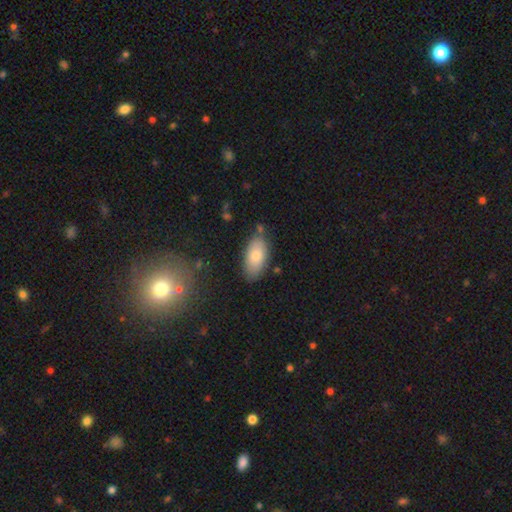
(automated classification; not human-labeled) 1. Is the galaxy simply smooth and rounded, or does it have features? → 78% smooth, 16% featured or disk, 7% star or artifact.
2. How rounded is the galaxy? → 92% in between, 4% cigar-shaped, 3% round.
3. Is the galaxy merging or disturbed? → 78% none, 15% minor disturbance, 4% merger, 3% major disturbance.